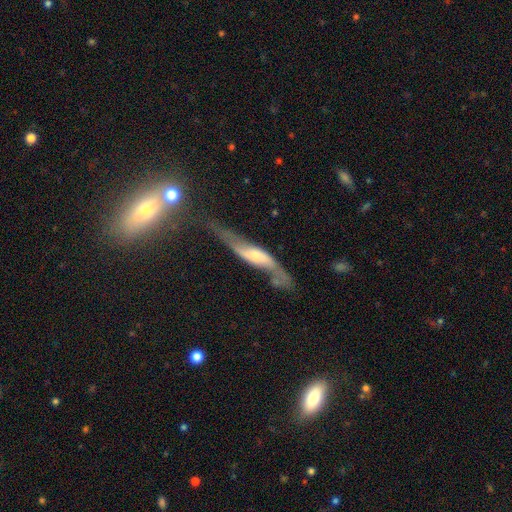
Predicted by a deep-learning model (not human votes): Overall: featured or disk (69%). Edge-on disk: no (63%; yes 37%). Merging: none (32%; major disturbance 28%).